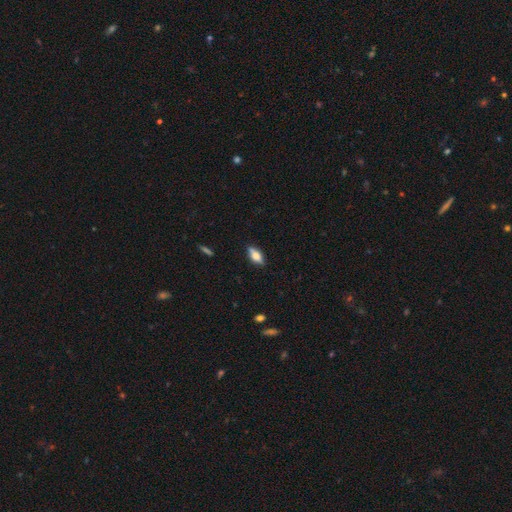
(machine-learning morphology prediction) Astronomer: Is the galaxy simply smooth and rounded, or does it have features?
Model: smooth — 62%.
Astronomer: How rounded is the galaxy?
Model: in between — 78%.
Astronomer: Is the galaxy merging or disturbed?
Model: none — 85%.